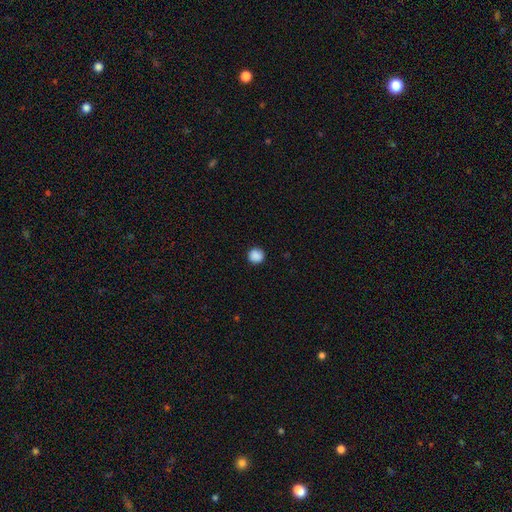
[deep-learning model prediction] Q: Smooth or featured?
A: smooth (88%); runner-up: star or artifact (9%)
Q: How rounded?
A: round (93%); runner-up: in between (6%)
Q: Merging?
A: none (91%); runner-up: minor disturbance (6%)